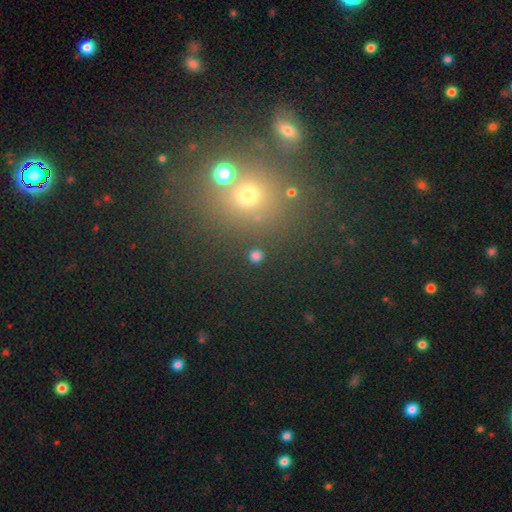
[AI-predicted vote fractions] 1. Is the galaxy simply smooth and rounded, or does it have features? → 78% smooth, 18% star or artifact, 4% featured or disk.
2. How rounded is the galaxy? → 90% round, 9% in between, 1% cigar-shaped.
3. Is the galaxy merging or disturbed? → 89% none, 5% minor disturbance, 3% merger, 3% major disturbance.